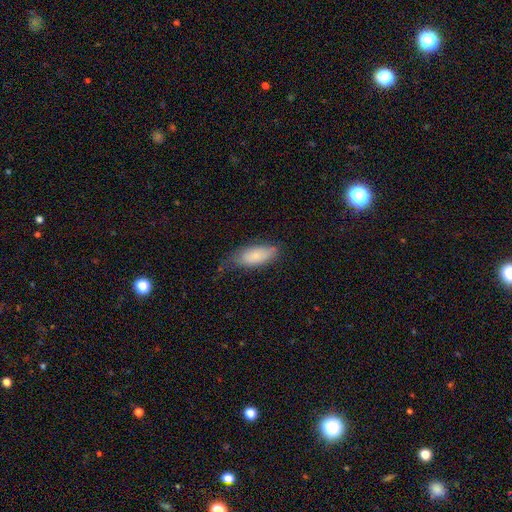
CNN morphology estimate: type=smooth (79%); roundness=in between (83%); merging=none (51%).